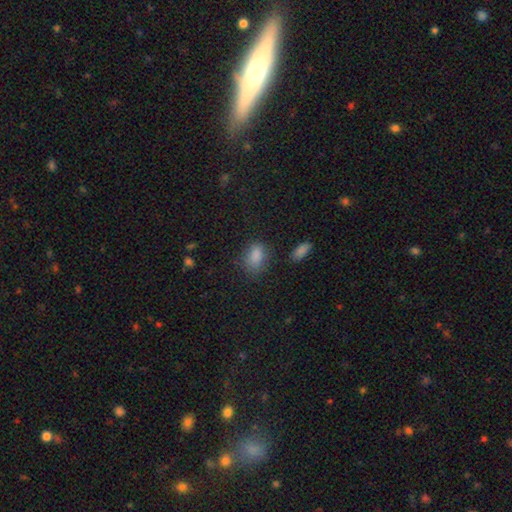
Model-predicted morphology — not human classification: A smooth galaxy with no disk features (82%) that is in between round and cigar-shaped (81%).

Vote fractions:
- Smooth or featured? smooth: 82% / star or artifact: 13% / featured or disk: 5%
- How rounded? in between: 81% / round: 16% / cigar-shaped: 3%
- Merging? none: 72% / minor disturbance: 19% / major disturbance: 6% / merger: 4%